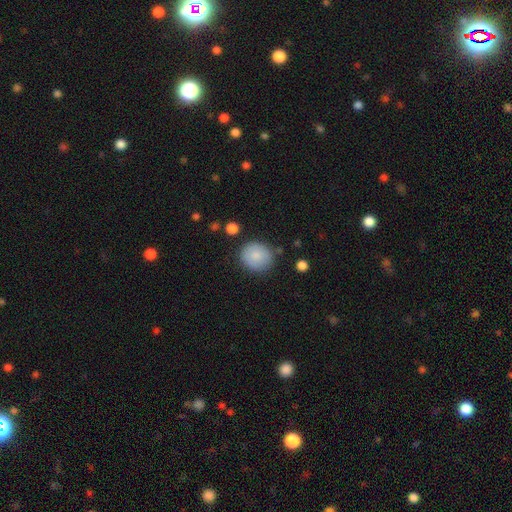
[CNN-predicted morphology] Smooth or featured: smooth — 82% (featured or disk — 10%)
How rounded: round — 84% (in between — 15%)
Merging: none — 80% (minor disturbance — 14%)